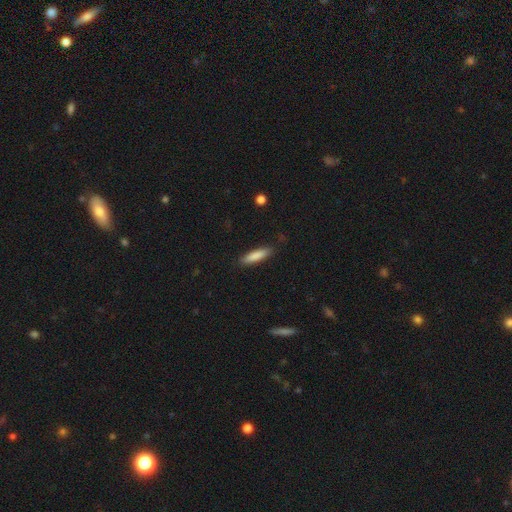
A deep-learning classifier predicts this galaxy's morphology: Smooth or featured? smooth (84%)
How rounded? cigar-shaped (73%)
Merging? none (85%)